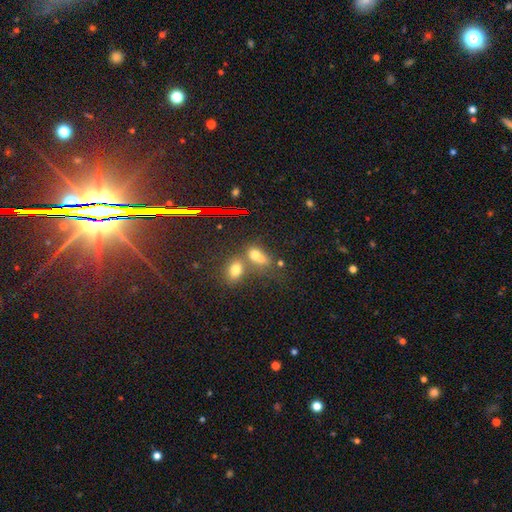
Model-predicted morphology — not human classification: This appears to be a smooth galaxy with no disk features (62%) that is in between round and cigar-shaped (72%). Merging: merger (51%).